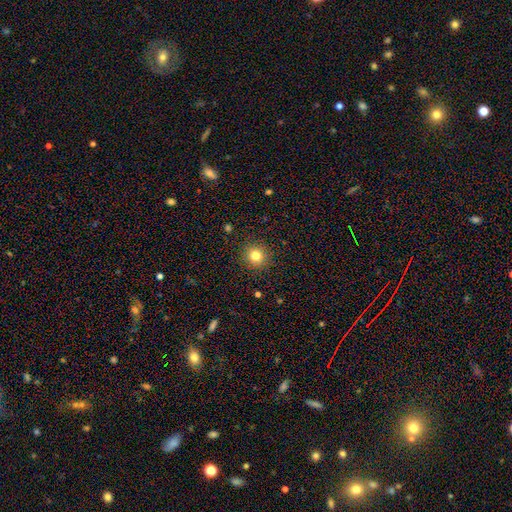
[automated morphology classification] This appears to be a smooth galaxy with no disk features (80%) that is round (92%). Merging: none (91%).